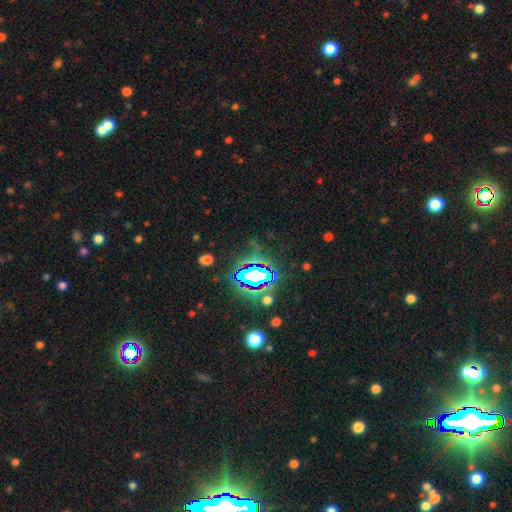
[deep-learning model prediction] This is clearly a star or artifact rather than a galaxy (83%).